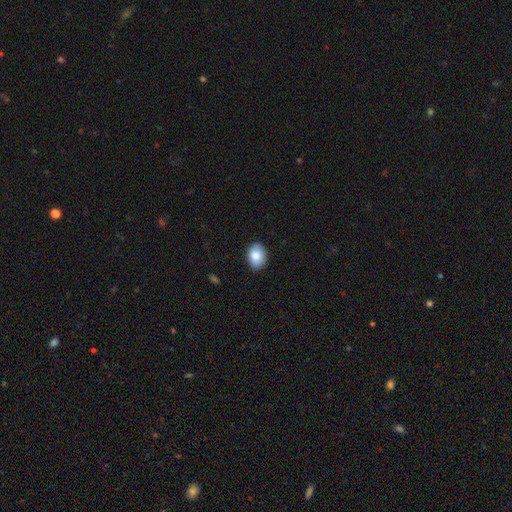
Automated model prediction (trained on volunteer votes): Overall: smooth (83%). How rounded: in between (78%). Merging: none (89%).